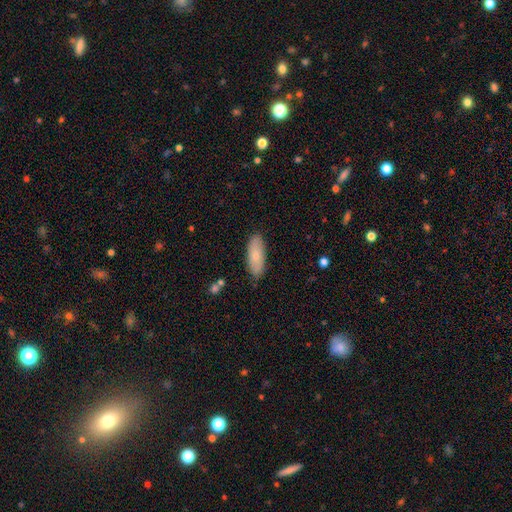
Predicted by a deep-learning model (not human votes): smooth_or_featured: smooth (p=0.72) [alt: featured or disk p=0.21]
how_rounded: in between (p=0.75) [alt: cigar-shaped p=0.23]
merging: none (p=0.84) [alt: minor disturbance p=0.13]